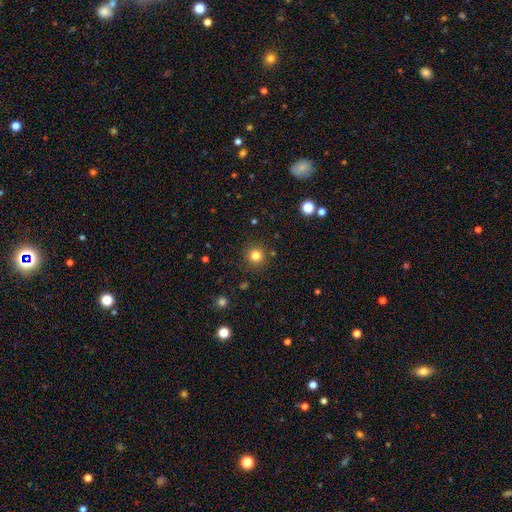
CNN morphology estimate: A smooth galaxy with no disk features (81%) that is round (94%). Merging: none (89%).